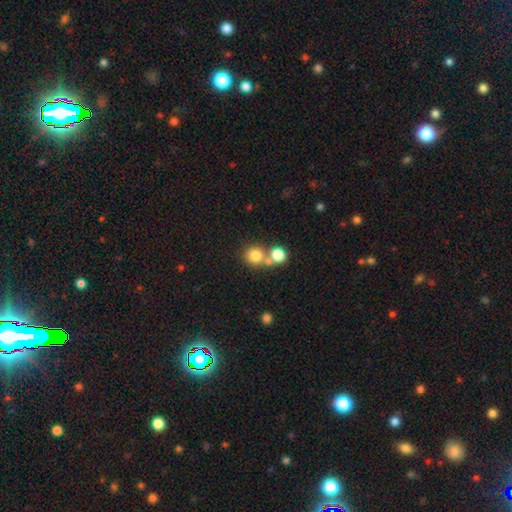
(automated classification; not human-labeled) A smooth galaxy with no disk features (78%) that is round (89%). Merging: none (51%).